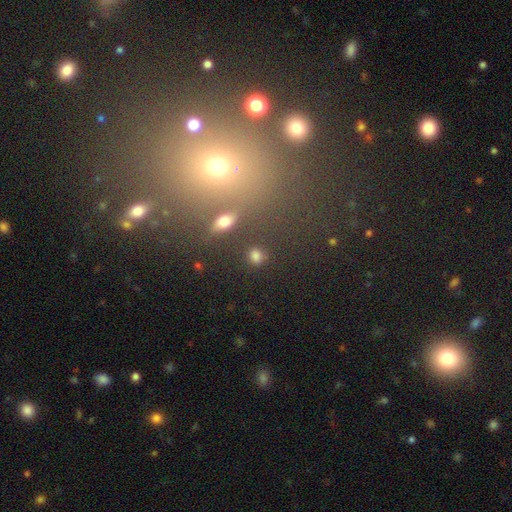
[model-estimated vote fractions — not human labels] smooth_or_featured: smooth (p=0.78) [alt: star or artifact p=0.15]
how_rounded: round (p=0.73) [alt: in between p=0.25]
merging: none (p=0.80) [alt: minor disturbance p=0.10]